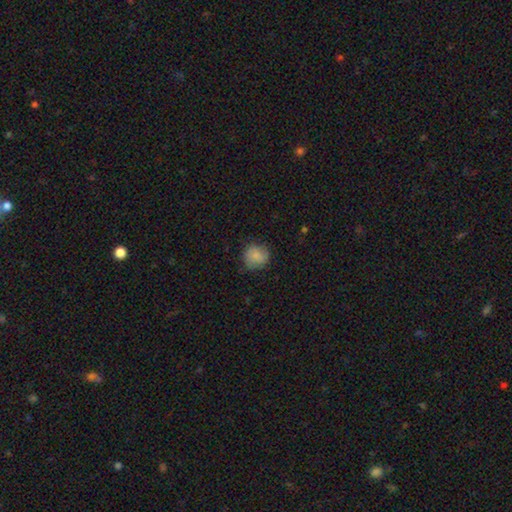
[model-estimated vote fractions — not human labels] Q: Smooth or featured?
A: smooth (82%); runner-up: featured or disk (10%)
Q: How rounded?
A: round (87%); runner-up: in between (12%)
Q: Merging?
A: none (76%); runner-up: minor disturbance (19%)